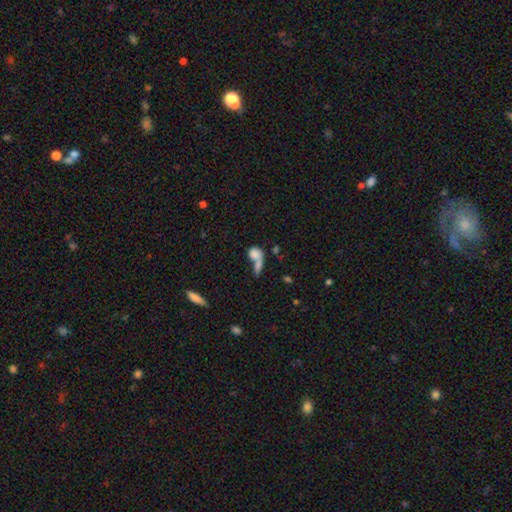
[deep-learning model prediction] Smooth or featured?
  - smooth: 74% *
  - featured or disk: 16%
  - star or artifact: 10%
How rounded?
  - in between: 50% *
  - round: 44%
  - cigar-shaped: 7%
Merging?
  - merger: 56% *
  - none: 23%
  - major disturbance: 12%
  - minor disturbance: 9%